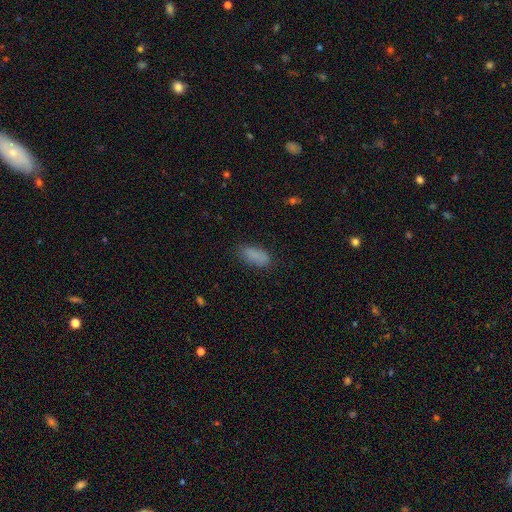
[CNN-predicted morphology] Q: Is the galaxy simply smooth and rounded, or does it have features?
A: smooth — 85%.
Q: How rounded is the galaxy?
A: in between — 83%.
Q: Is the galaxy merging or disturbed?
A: none — 76%.